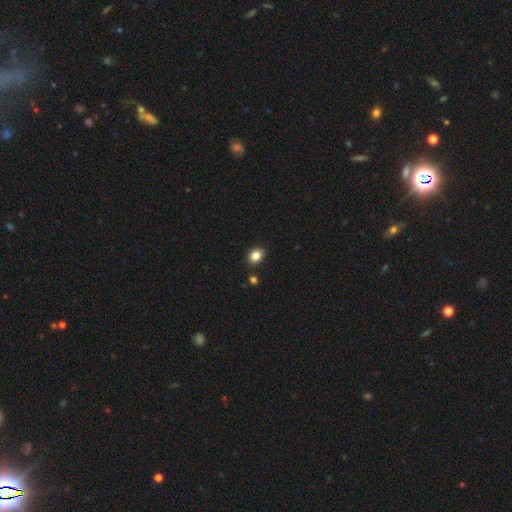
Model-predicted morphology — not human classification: smooth-or-featured: smooth: 84% | star or artifact: 10% | featured or disk: 6%
  how-rounded: in between: 66% | round: 33% | cigar-shaped: 1%
  merging: none: 87% | minor disturbance: 8% | merger: 3% | major disturbance: 2%